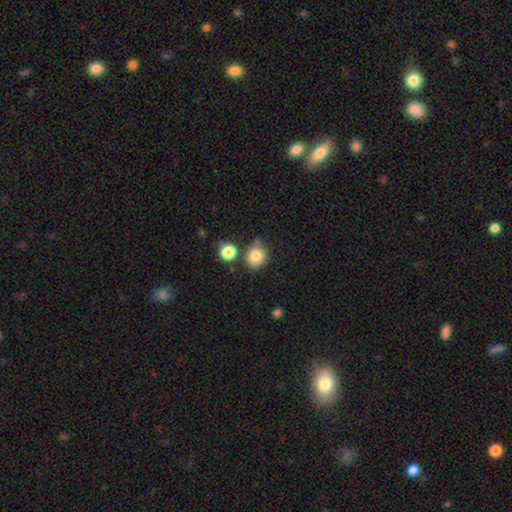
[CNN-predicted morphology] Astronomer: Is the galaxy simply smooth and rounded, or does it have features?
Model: smooth — 81%.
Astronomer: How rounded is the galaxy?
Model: round — 83%.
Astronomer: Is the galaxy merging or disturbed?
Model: none — 70%.